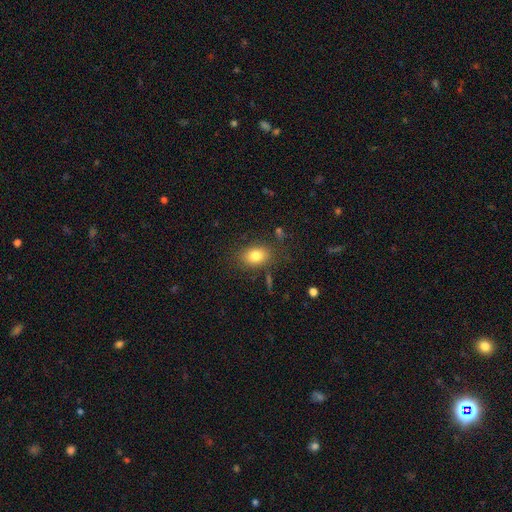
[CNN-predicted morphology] This appears to be a smooth galaxy with no disk features (80%) that is in between round and cigar-shaped (77%). Merging: none (80%).